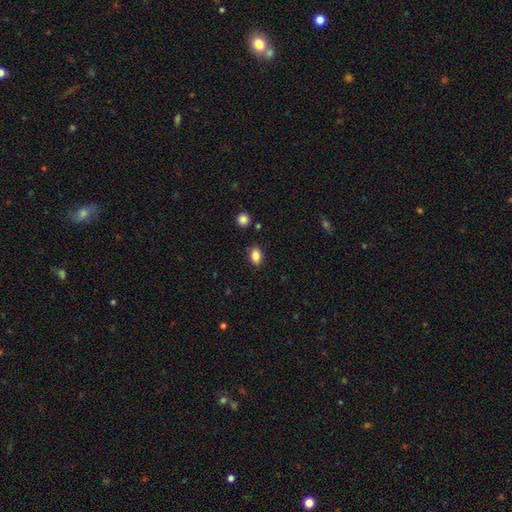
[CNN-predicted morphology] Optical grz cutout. It shows a smooth galaxy with no disk features (86%) that is in between round and cigar-shaped (83%). Merging: none (87%).